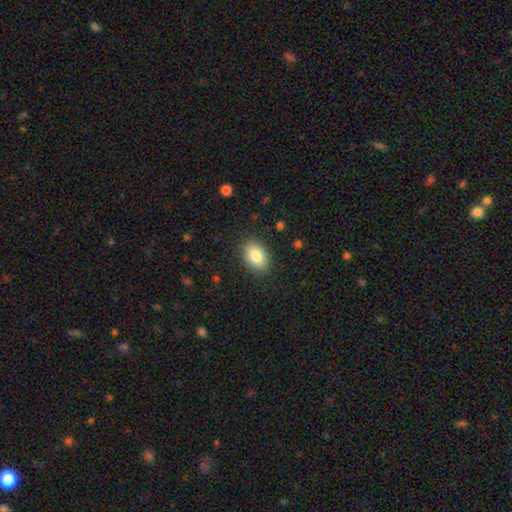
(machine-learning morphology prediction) smooth-or-featured: smooth: 84% | featured or disk: 8% | star or artifact: 7%
  how-rounded: in between: 84% | round: 15% | cigar-shaped: 1%
  merging: none: 87% | minor disturbance: 9% | major disturbance: 3% | merger: 1%